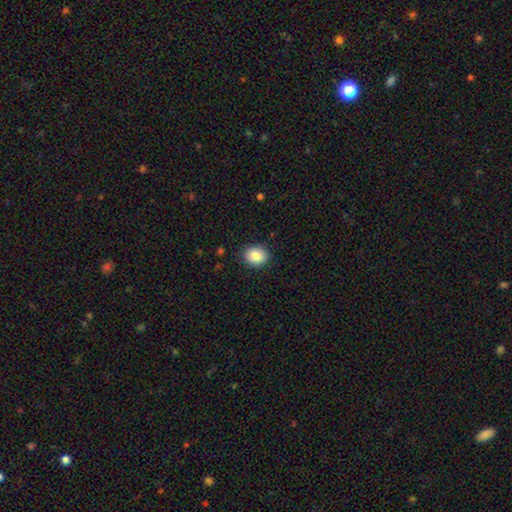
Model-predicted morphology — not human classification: This appears to be a smooth galaxy with no disk features (85%) that is round (67%). Merging: none (89%).